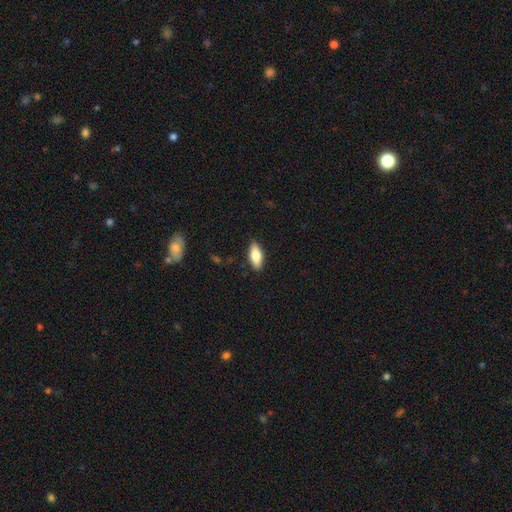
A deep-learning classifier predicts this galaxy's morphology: Smooth or featured: smooth — 75% (featured or disk — 18%)
How rounded: in between — 79% (cigar-shaped — 19%)
Merging: none — 88% (minor disturbance — 9%)